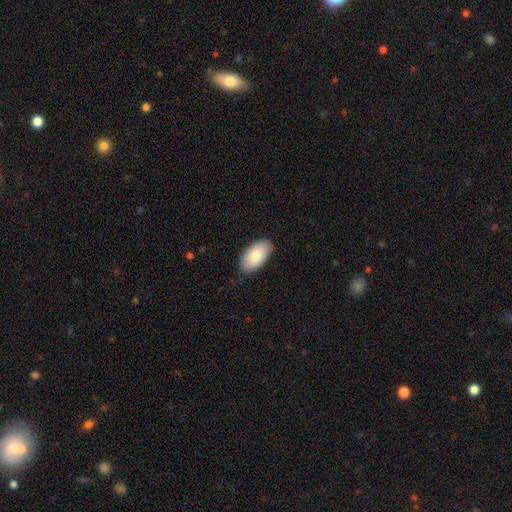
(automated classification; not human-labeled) This is clearly a smooth galaxy (81%). How rounded: clearly in between (95%). Merging: clearly none (84%).